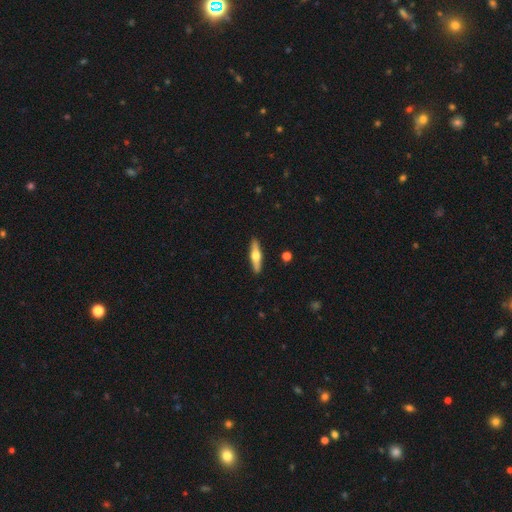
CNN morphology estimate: Smooth or featured: featured or disk — 57% (smooth — 38%)
Edge-on disk: yes — 94% (no — 6%)
Edge-on bulge: rounded — 94% (boxy — 3%)
Merging: none — 90% (minor disturbance — 7%)